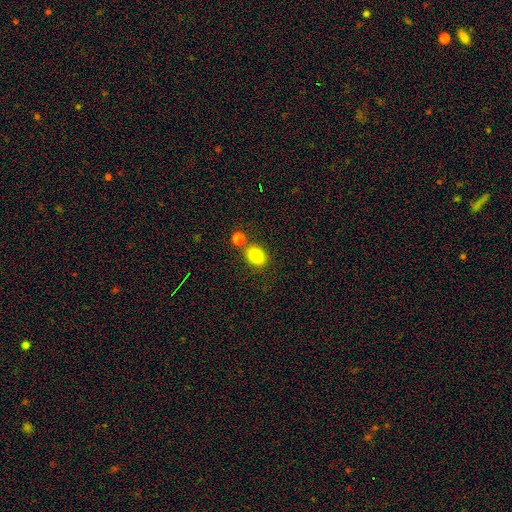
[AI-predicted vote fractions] A smooth galaxy with no disk features (84%) that is in between round and cigar-shaped (62%). Merging: none (71%).